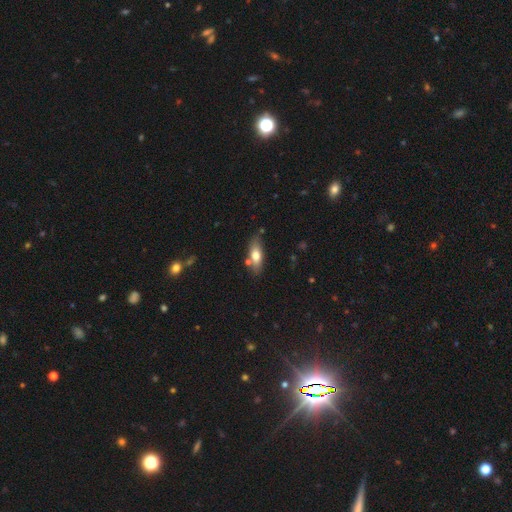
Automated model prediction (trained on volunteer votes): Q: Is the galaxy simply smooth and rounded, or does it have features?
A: smooth — 69%.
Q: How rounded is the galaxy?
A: in between — 75%.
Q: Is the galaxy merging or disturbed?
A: none — 73%.